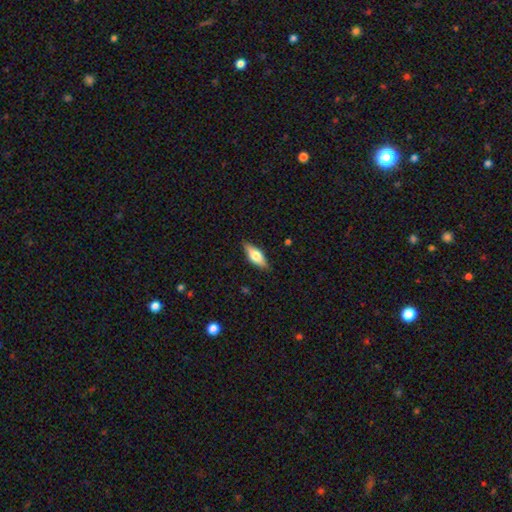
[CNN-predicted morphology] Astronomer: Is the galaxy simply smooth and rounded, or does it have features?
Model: smooth — 56% (runner-up: featured or disk, 38%).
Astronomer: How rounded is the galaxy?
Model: in between — 70%.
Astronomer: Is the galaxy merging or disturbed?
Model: none — 86%.